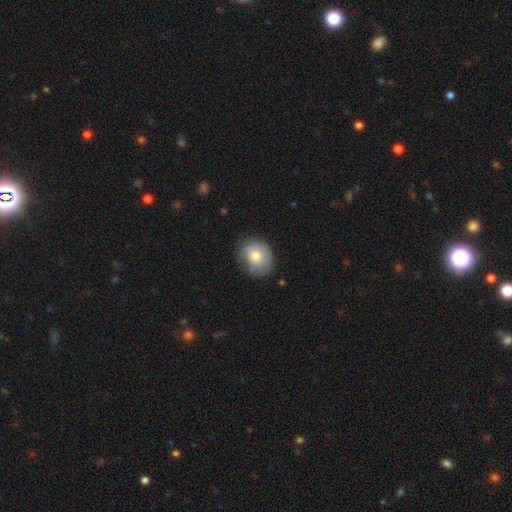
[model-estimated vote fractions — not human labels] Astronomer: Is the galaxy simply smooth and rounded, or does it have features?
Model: smooth — 71%.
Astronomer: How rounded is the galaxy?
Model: round — 64%.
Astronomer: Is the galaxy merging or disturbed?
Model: none — 70%.